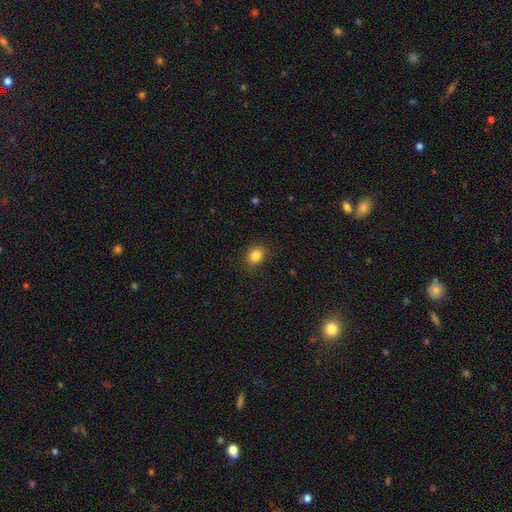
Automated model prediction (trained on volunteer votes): Smooth or featured? Predicted: smooth (p=0.84). How rounded? Predicted: round (p=0.56). Merging? Predicted: none (p=0.86).